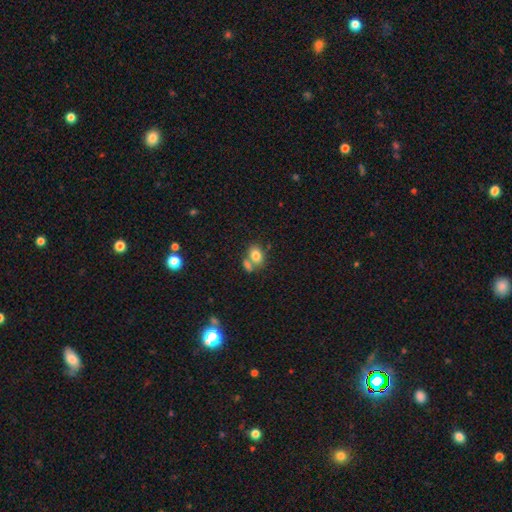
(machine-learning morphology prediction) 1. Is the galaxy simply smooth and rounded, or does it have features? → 81% smooth, 10% featured or disk, 9% star or artifact.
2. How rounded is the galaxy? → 71% in between, 28% round, 1% cigar-shaped.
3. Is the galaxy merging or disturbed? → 46% none, 38% merger, 12% minor disturbance, 4% major disturbance.